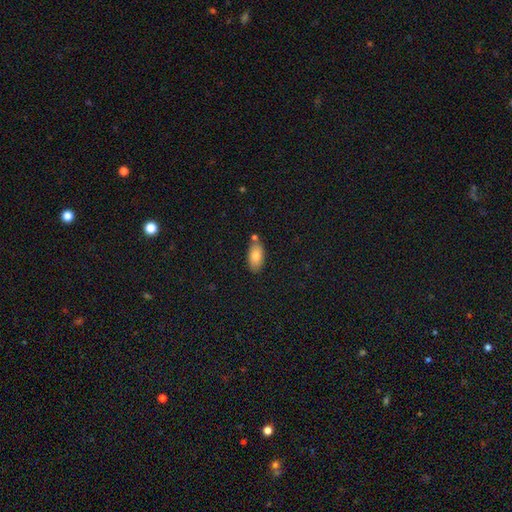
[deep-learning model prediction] This appears to be a smooth galaxy with no disk features (82%) that is in between round and cigar-shaped (92%). Merging: none (71%).